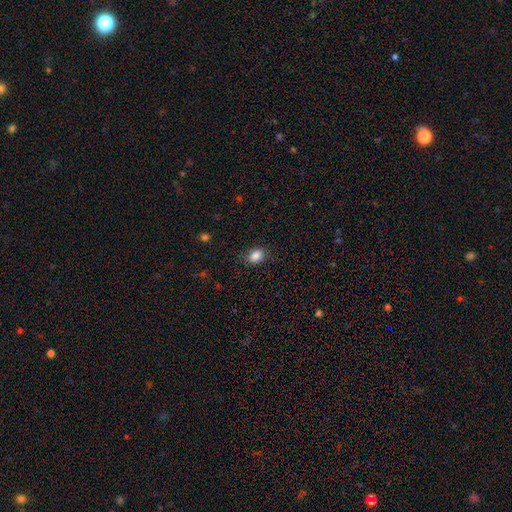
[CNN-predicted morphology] A smooth galaxy with no disk features (86%) that is in between round and cigar-shaped (65%).

Vote fractions:
- Smooth or featured? smooth: 86% / star or artifact: 10% / featured or disk: 4%
- How rounded? in between: 65% / round: 33% / cigar-shaped: 1%
- Merging? none: 81% / minor disturbance: 14% / major disturbance: 4% / merger: 1%